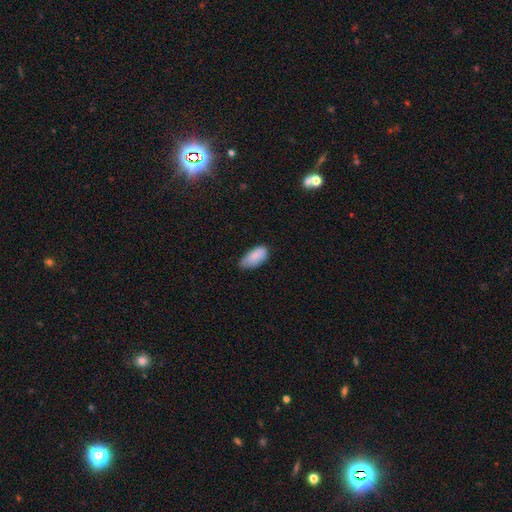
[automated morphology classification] type=smooth (86%); roundness=in between (93%); merging=none (59%).